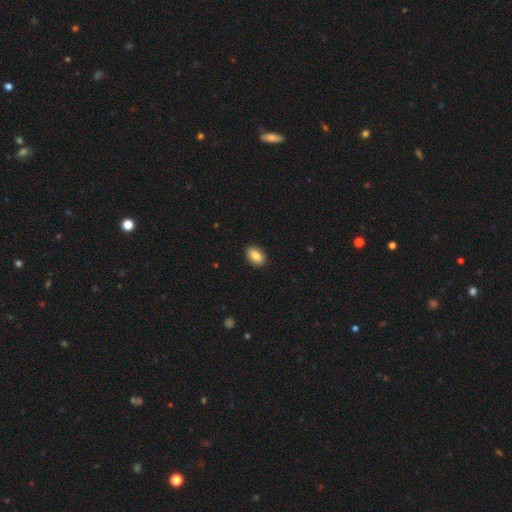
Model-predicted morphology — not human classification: The model was most divided on "how rounded": in between: 88%, round: 11%, cigar-shaped: 1%. More confident: merging — none (90%); smooth or featured — smooth (85%).